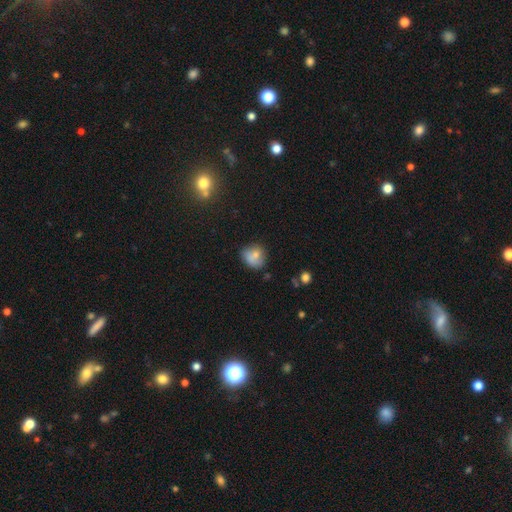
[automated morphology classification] The model was most divided on "merging": none: 59%, minor disturbance: 25%, merger: 9%, major disturbance: 7%. More confident: smooth or featured — smooth (75%); how rounded — round (70%).